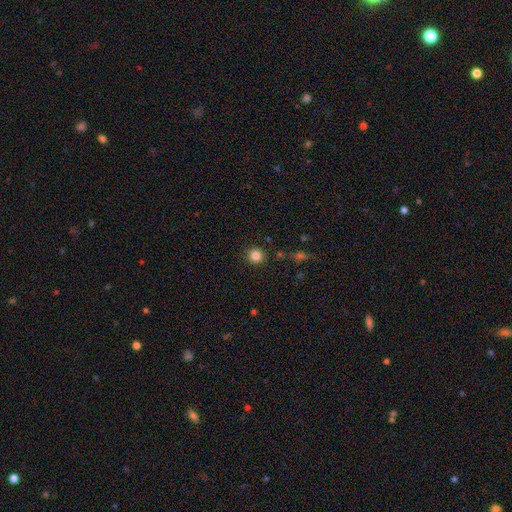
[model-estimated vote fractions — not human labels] smooth 84%, star or artifact 12%, featured or disk 4%. Down the decision tree: how rounded — round (95%); merging — none (90%).